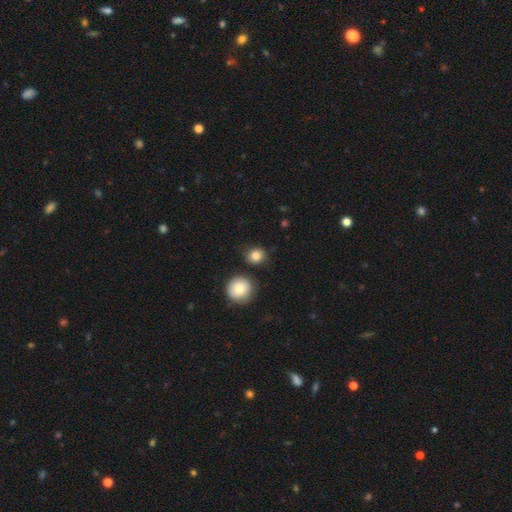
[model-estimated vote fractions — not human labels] Smooth or featured? Predicted: smooth (p=0.84). How rounded? Predicted: round (p=0.81). Merging? Predicted: none (p=0.79).